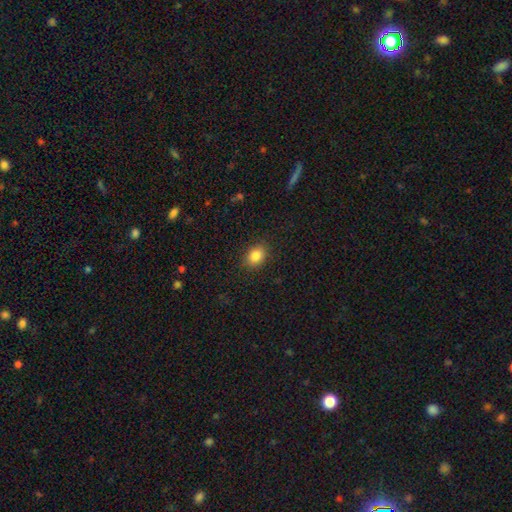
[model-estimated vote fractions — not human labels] Morphology: type=smooth (84%); roundness=in between (60%); merging=none (87%).